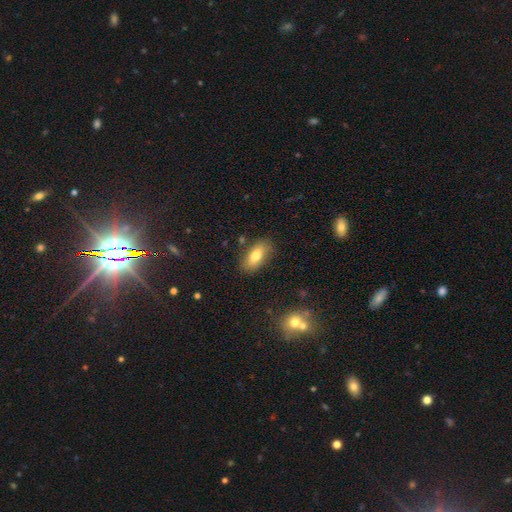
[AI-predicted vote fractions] The model was most divided on "smooth or featured": smooth: 77%, featured or disk: 15%, star or artifact: 8%. More confident: how rounded — in between (86%); merging — none (82%).